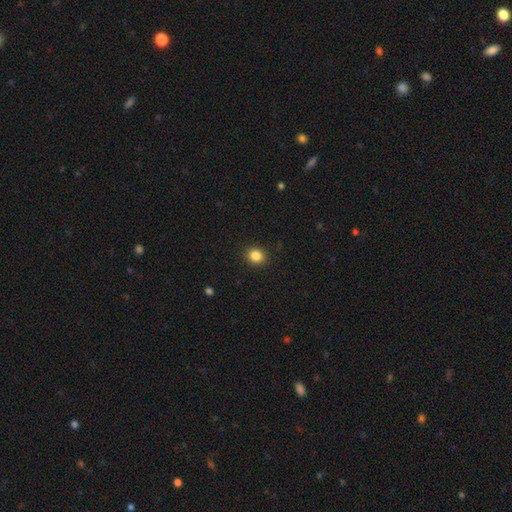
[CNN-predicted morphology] smooth-or-featured: smooth: 85% | star or artifact: 11% | featured or disk: 4%
  how-rounded: round: 82% | in between: 17% | cigar-shaped: 1%
  merging: none: 91% | minor disturbance: 6% | major disturbance: 2% | merger: 1%